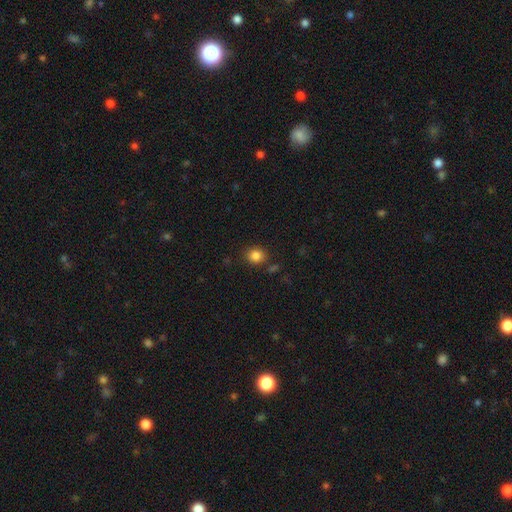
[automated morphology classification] Smooth or featured?
  - smooth: 84% *
  - star or artifact: 11%
  - featured or disk: 5%
How rounded?
  - round: 78% *
  - in between: 21%
  - cigar-shaped: 1%
Merging?
  - none: 83% *
  - minor disturbance: 10%
  - merger: 4%
  - major disturbance: 3%